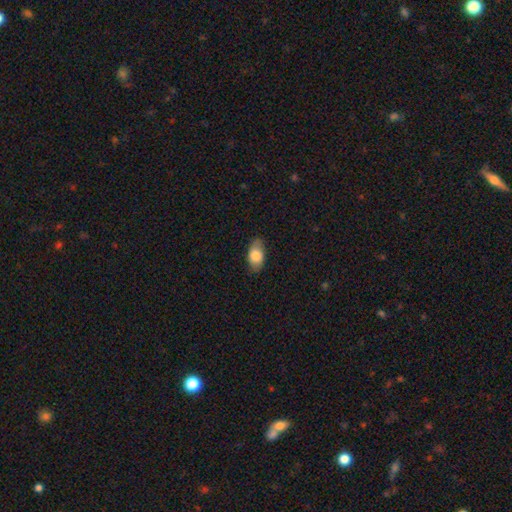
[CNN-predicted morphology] A smooth galaxy with no disk features (81%) that is in between round and cigar-shaped (91%). Merging: none (80%).